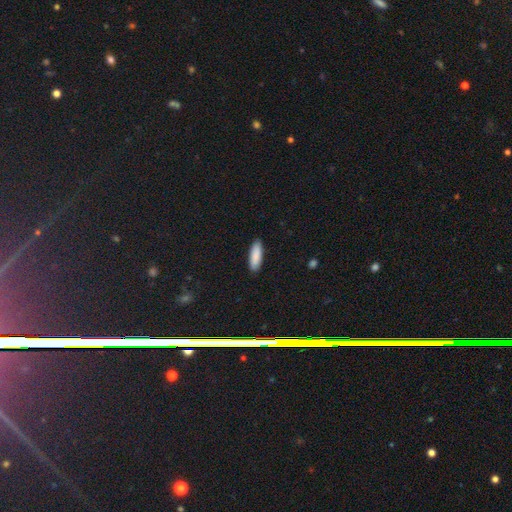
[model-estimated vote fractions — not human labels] The model was most divided on "how rounded": in between: 55%, cigar-shaped: 44%, round: 1%. More confident: smooth or featured — smooth (89%); merging — none (89%).